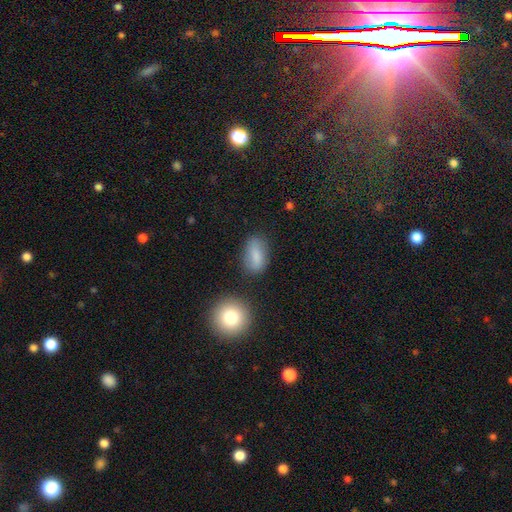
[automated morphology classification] A smooth galaxy with no disk features (80%) that is in between round and cigar-shaped (87%). Merging: none (71%).